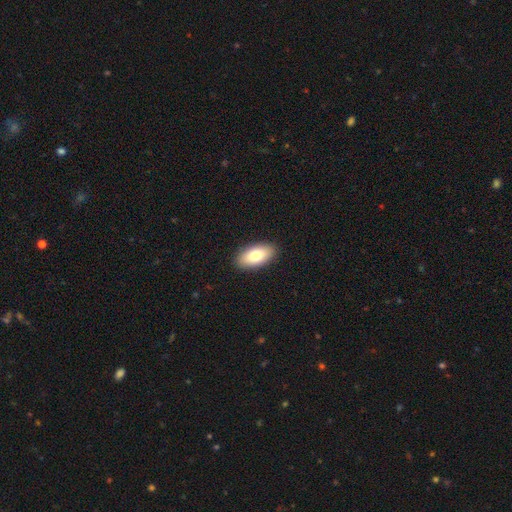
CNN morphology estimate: A smooth galaxy with no disk features (78%) that is in between round and cigar-shaped (93%).

Vote fractions:
- Smooth or featured? smooth: 78% / featured or disk: 15% / star or artifact: 7%
- How rounded? in between: 93% / cigar-shaped: 5% / round: 3%
- Merging? none: 90% / minor disturbance: 7% / major disturbance: 2% / merger: 1%